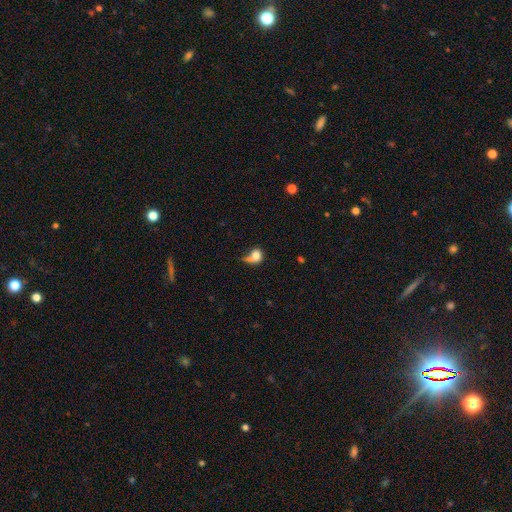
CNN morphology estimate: Smooth or featured?
  - smooth: 69% *
  - featured or disk: 20%
  - star or artifact: 10%
How rounded?
  - round: 61% *
  - in between: 36%
  - cigar-shaped: 2%
Merging?
  - major disturbance: 34% *
  - none: 28%
  - minor disturbance: 23%
  - merger: 16%